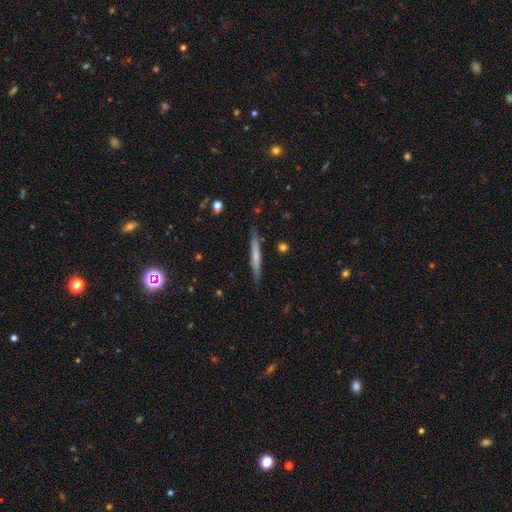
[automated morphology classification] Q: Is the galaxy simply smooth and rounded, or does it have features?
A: smooth — 54%.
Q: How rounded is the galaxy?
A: cigar-shaped — 96%.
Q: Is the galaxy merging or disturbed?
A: none — 86%.